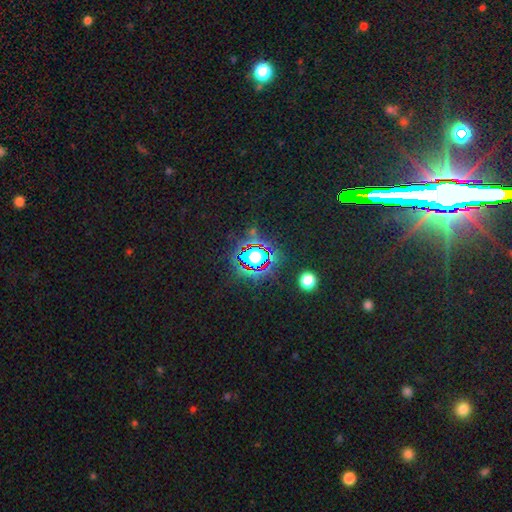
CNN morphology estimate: The model was most divided on "smooth or featured": star or artifact: 84%, featured or disk: 8%, smooth: 8%.